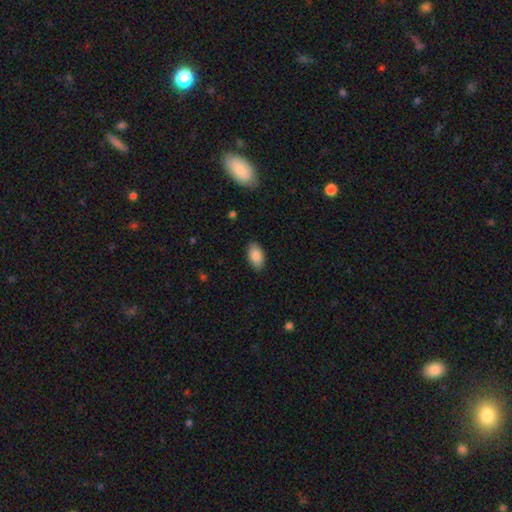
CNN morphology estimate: Overall: smooth (87%). How rounded: in between (94%). Merging: none (87%).